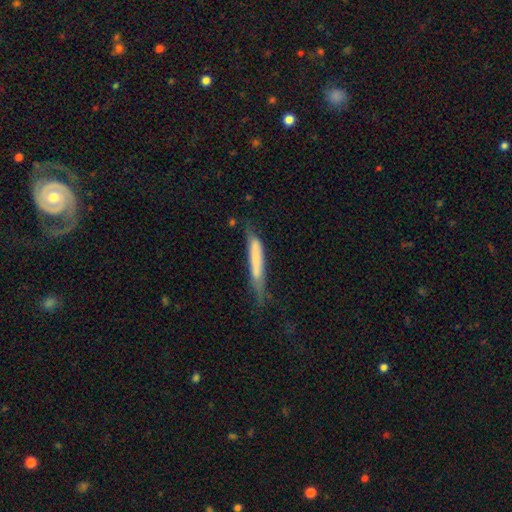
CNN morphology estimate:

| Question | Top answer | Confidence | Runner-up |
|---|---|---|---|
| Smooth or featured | smooth | 66% | featured or disk (28%) |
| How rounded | cigar-shaped | 91% | in between (7%) |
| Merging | none | 48% | minor disturbance (33%) |